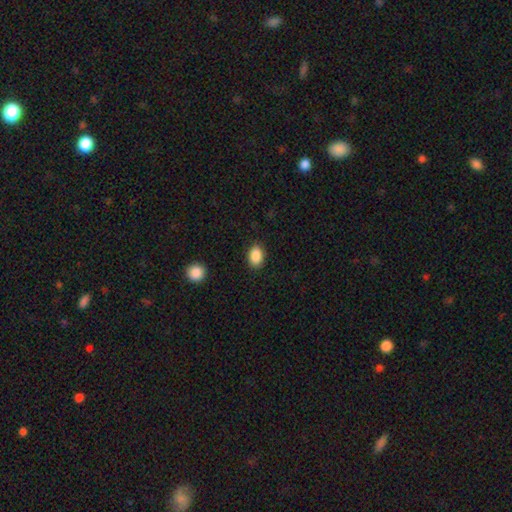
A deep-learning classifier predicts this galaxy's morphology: smooth_or_featured: smooth (p=0.89) [alt: star or artifact p=0.08]
how_rounded: in between (p=0.79) [alt: round p=0.20]
merging: none (p=0.87) [alt: minor disturbance p=0.09]